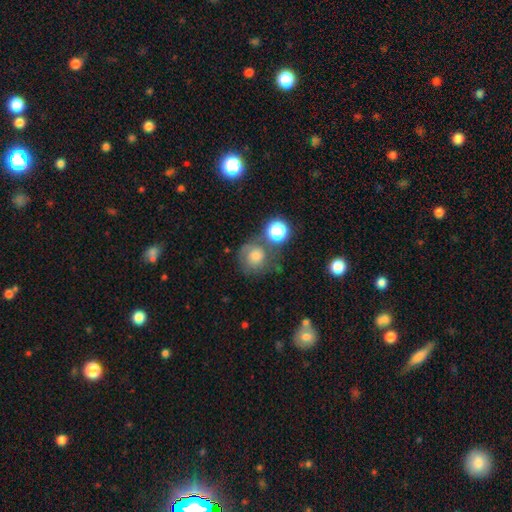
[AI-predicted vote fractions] A smooth galaxy with no disk features (58%) that is round (87%). Merging: none (59%).